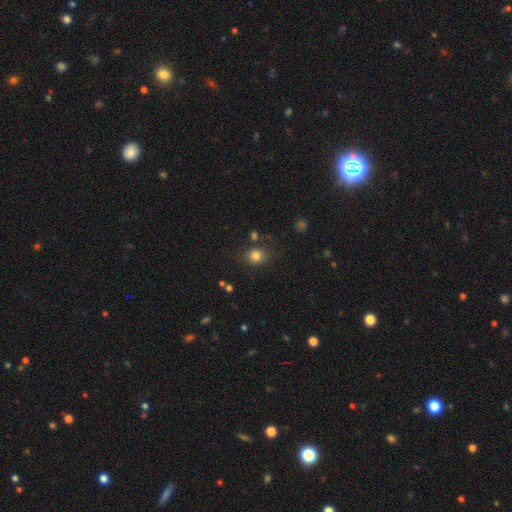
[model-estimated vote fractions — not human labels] Smooth or featured?
  - smooth: 80% *
  - star or artifact: 13%
  - featured or disk: 7%
How rounded?
  - round: 70% *
  - in between: 29%
  - cigar-shaped: 1%
Merging?
  - none: 79% *
  - minor disturbance: 12%
  - merger: 5%
  - major disturbance: 4%